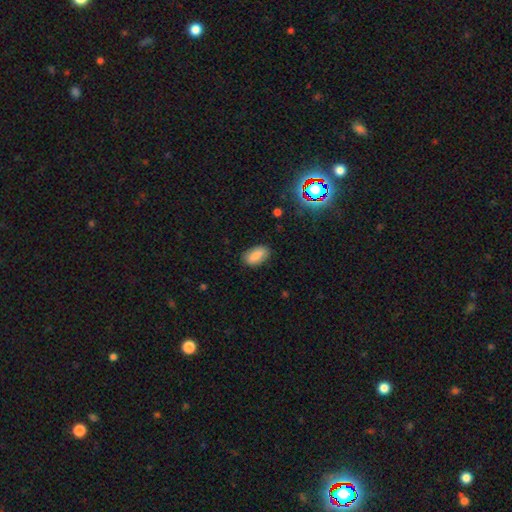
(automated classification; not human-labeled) Smooth or featured? Predicted: smooth (p=0.81). How rounded? Predicted: in between (p=0.89). Merging? Predicted: none (p=0.83).